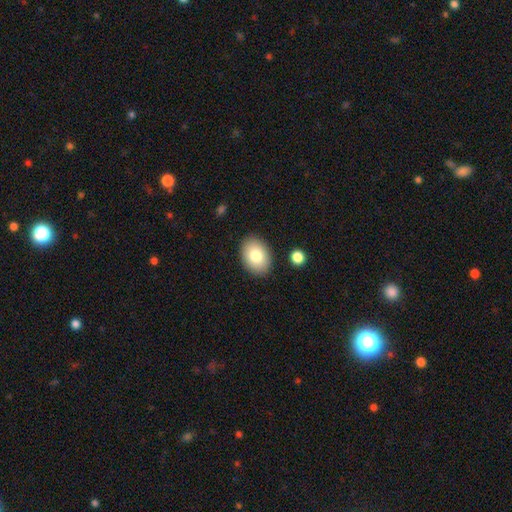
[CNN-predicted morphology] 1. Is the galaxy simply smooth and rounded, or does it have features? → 81% smooth, 11% featured or disk, 8% star or artifact.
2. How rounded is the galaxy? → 75% in between, 24% round, 1% cigar-shaped.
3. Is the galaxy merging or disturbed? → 88% none, 8% minor disturbance, 2% major disturbance, 2% merger.